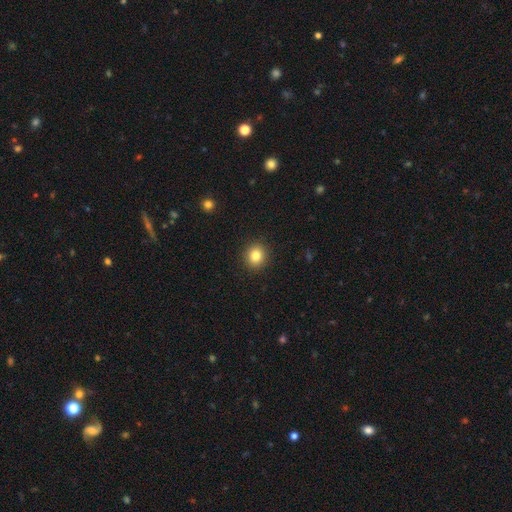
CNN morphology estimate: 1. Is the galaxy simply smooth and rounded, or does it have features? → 83% smooth, 11% star or artifact, 6% featured or disk.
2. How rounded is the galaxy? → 84% round, 15% in between, 1% cigar-shaped.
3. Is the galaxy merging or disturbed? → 91% none, 6% minor disturbance, 2% major disturbance, 1% merger.